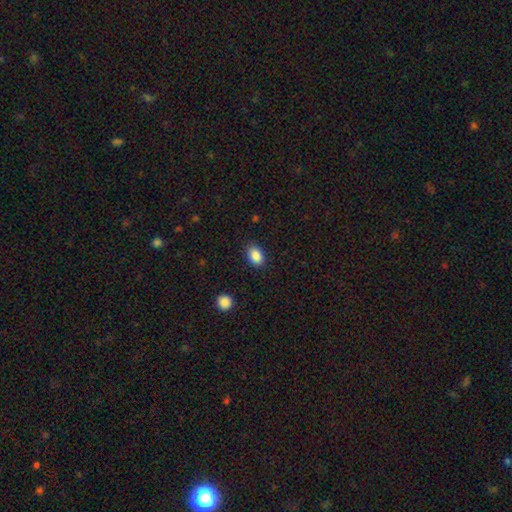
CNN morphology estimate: Overall: smooth (88%). How rounded: in between (82%). Merging: none (87%).